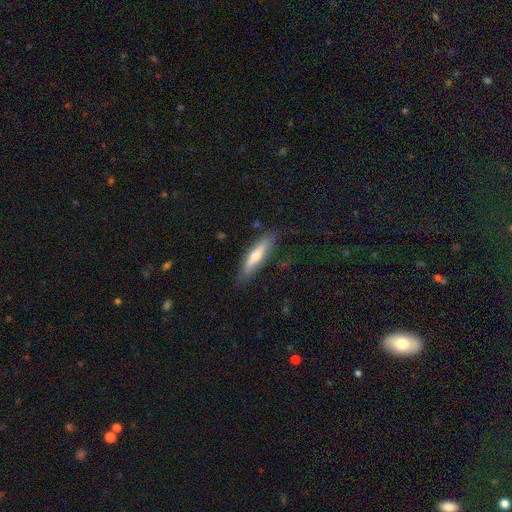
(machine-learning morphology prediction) Smooth or featured?
  - smooth: 54% *
  - featured or disk: 40%
  - star or artifact: 6%
How rounded?
  - cigar-shaped: 74% *
  - in between: 24%
  - round: 2%
Merging?
  - none: 81% *
  - minor disturbance: 14%
  - major disturbance: 3%
  - merger: 2%